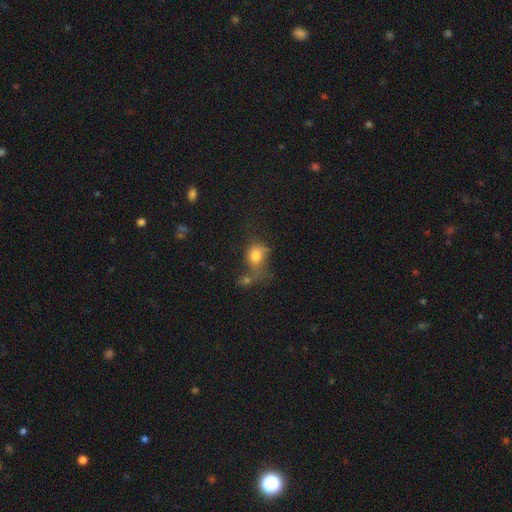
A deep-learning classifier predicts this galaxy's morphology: Smooth or featured?
  - smooth: 75% *
  - featured or disk: 14%
  - star or artifact: 12%
How rounded?
  - round: 51% *
  - in between: 47%
  - cigar-shaped: 2%
Merging?
  - merger: 30% *
  - none: 28%
  - major disturbance: 22%
  - minor disturbance: 20%